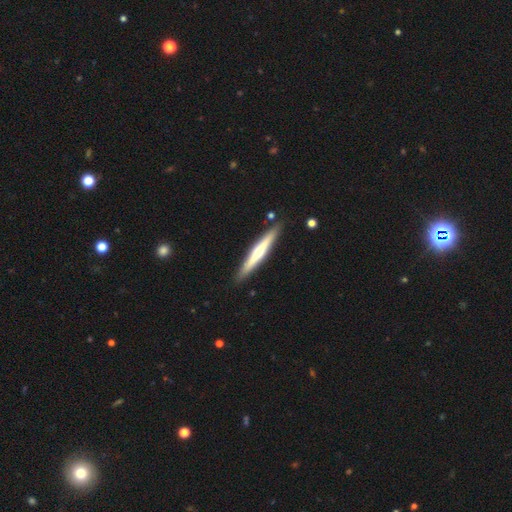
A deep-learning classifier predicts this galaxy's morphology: The model was most divided on "smooth or featured": featured or disk: 62%, smooth: 33%, star or artifact: 5%. More confident: edge-on disk — yes (96%); merging — none (89%); edge-on bulge — rounded (77%).